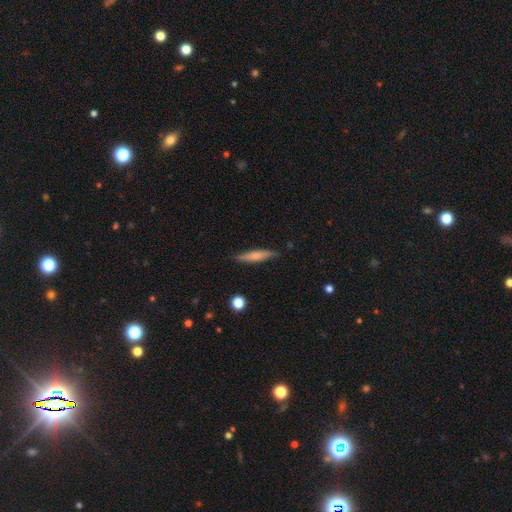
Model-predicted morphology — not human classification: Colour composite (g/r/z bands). It shows a smooth galaxy with no disk features (63%) that is cigar-shaped (88%). Merging: none (84%).